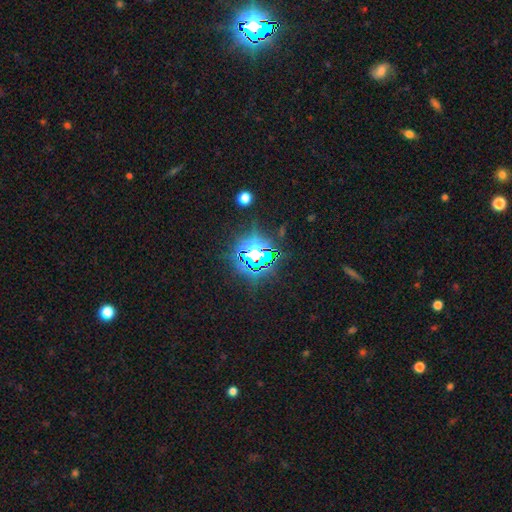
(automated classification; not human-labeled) This appears to be a star or artifact, not a galaxy (76%).